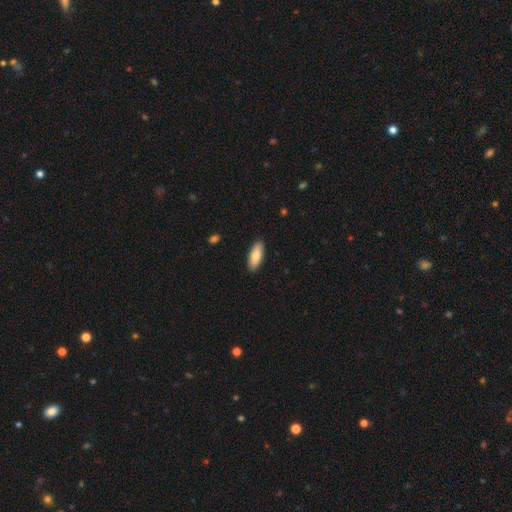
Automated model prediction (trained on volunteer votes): smooth-or-featured: smooth: 80% | featured or disk: 14% | star or artifact: 6%
  how-rounded: in between: 77% | cigar-shaped: 21% | round: 2%
  merging: none: 90% | minor disturbance: 8% | major disturbance: 2% | merger: 1%